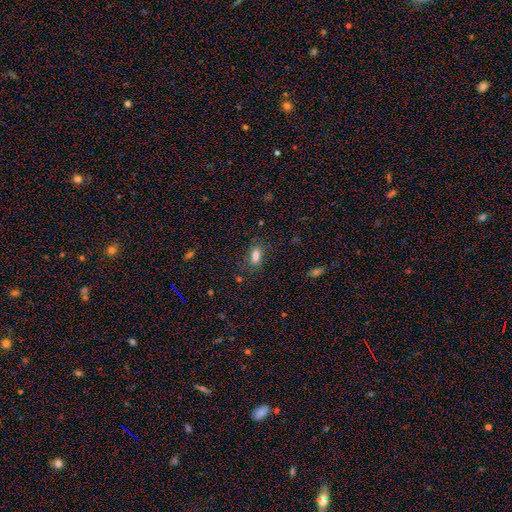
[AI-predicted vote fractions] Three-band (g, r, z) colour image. It shows a smooth galaxy with no disk features (80%) that is in between round and cigar-shaped (85%). Merging: none (76%).